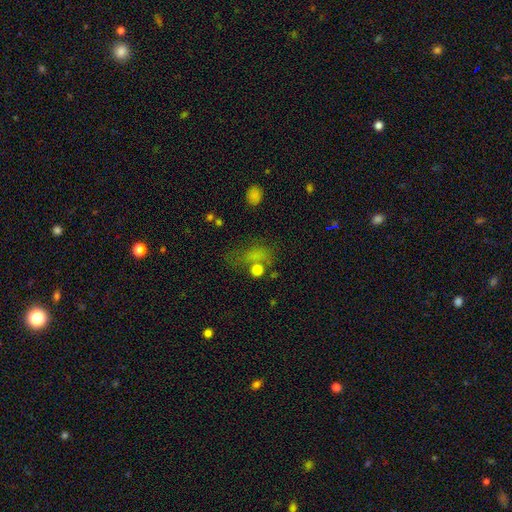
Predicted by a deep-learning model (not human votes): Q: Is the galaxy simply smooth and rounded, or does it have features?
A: smooth — 58%.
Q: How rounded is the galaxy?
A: in between — 66%.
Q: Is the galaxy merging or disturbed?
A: none — 43%.